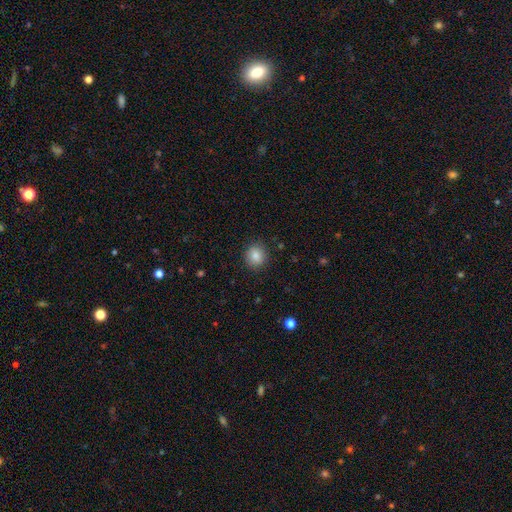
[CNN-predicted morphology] Smooth or featured?
  - smooth: 85% *
  - star or artifact: 9%
  - featured or disk: 5%
How rounded?
  - round: 83% *
  - in between: 16%
  - cigar-shaped: 1%
Merging?
  - none: 89% *
  - minor disturbance: 8%
  - major disturbance: 2%
  - merger: 1%